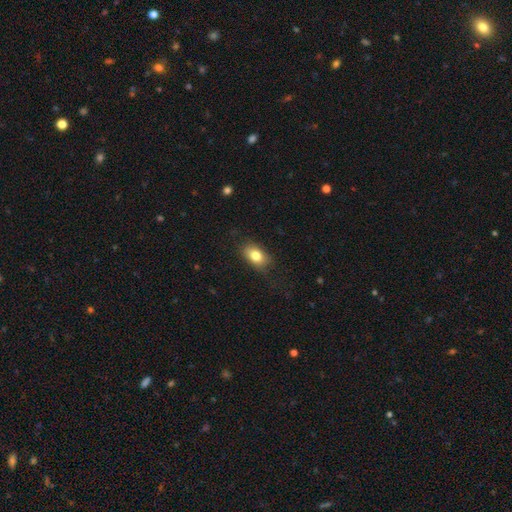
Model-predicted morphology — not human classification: Smooth or featured?
  - smooth: 81% *
  - featured or disk: 11%
  - star or artifact: 8%
How rounded?
  - in between: 84% *
  - round: 14%
  - cigar-shaped: 2%
Merging?
  - none: 80% *
  - minor disturbance: 15%
  - major disturbance: 4%
  - merger: 1%